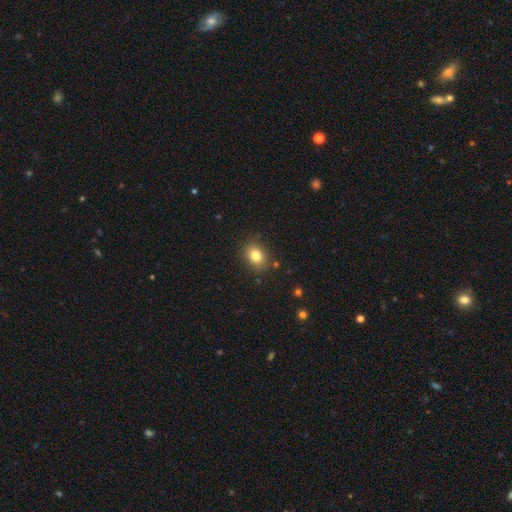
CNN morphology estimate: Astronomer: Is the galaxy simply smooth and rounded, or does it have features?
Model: smooth — 81%.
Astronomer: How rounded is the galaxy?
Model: in between — 67%.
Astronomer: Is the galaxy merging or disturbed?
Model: none — 85%.